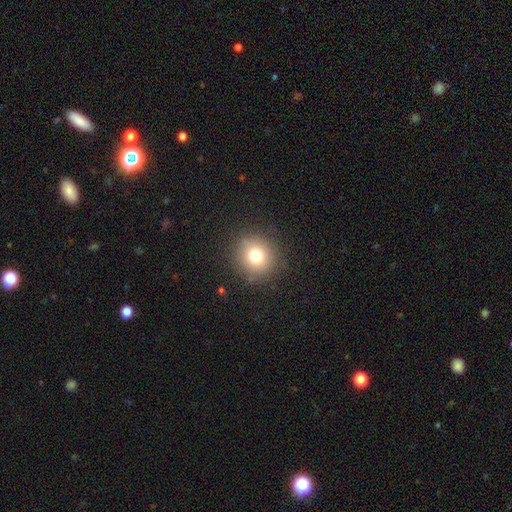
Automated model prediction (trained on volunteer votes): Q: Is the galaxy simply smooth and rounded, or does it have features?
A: smooth — 77%.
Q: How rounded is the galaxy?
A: round — 89%.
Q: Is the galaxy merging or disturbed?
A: none — 87%.